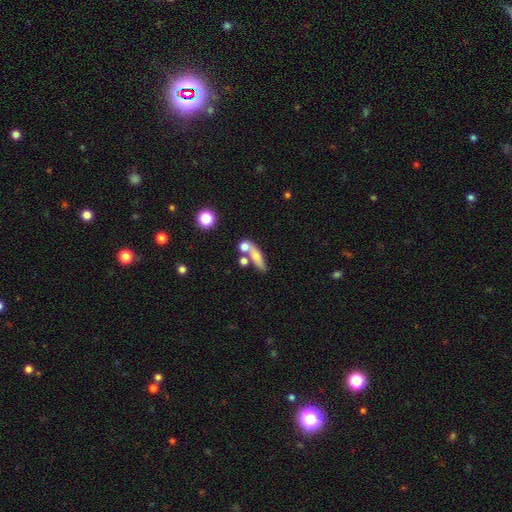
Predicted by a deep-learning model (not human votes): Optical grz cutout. It shows a smooth galaxy with no disk features (65%) that is cigar-shaped (47%). Merging: none (49%).